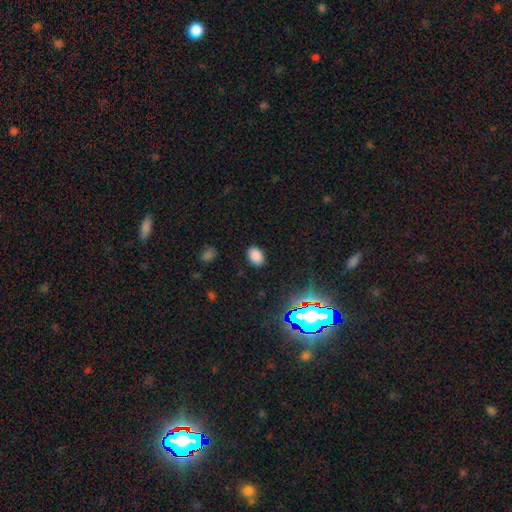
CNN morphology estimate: smooth-or-featured: smooth: 81% | star or artifact: 14% | featured or disk: 4%
  how-rounded: in between: 80% | round: 19% | cigar-shaped: 1%
  merging: none: 87% | minor disturbance: 9% | major disturbance: 3% | merger: 1%